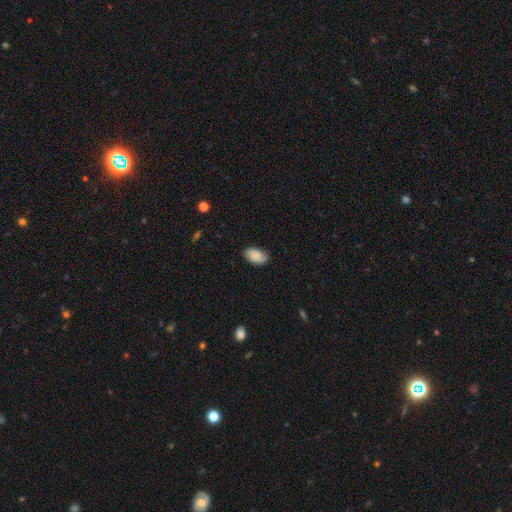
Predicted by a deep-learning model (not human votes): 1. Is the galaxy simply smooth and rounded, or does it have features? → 88% smooth, 7% star or artifact, 5% featured or disk.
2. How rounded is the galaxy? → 93% in between, 5% round, 2% cigar-shaped.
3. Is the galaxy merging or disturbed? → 80% none, 16% minor disturbance, 3% major disturbance, 1% merger.